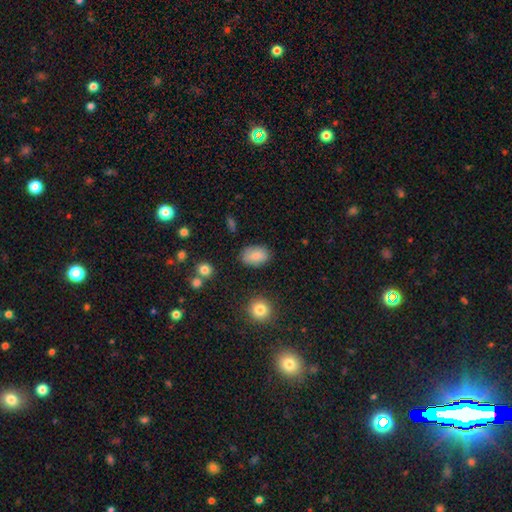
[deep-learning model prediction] Smooth or featured? Predicted: smooth (p=0.86). How rounded? Predicted: in between (p=0.88). Merging? Predicted: none (p=0.80).